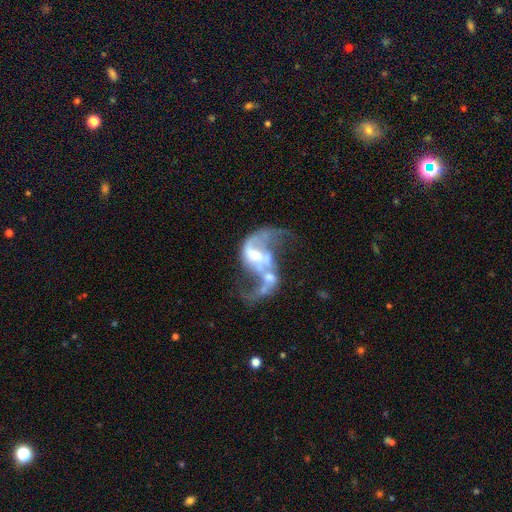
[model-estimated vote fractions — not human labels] This is clearly a featured or disk galaxy (81%). It is clearly not viewed edge-on (98%). Bar: possibly no (47%). Spiral arm pattern: likely yes (78%). Spiral arm count: likely 2 (74%). Spiral winding: likely loose (76%). Central bulge: marginally moderate (41%). Merging: marginally merger (42%).